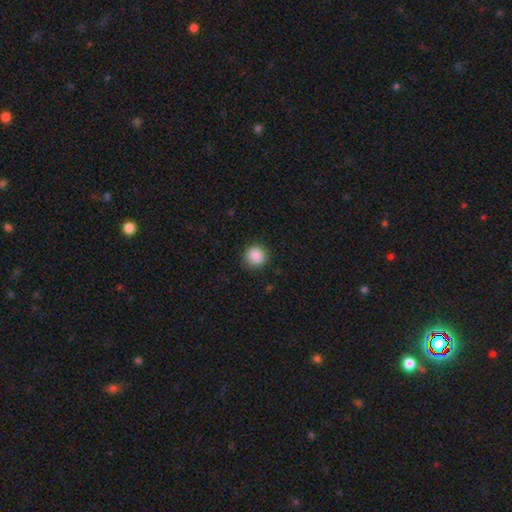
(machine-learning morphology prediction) smooth-or-featured: smooth: 89% | star or artifact: 9% | featured or disk: 3%
  how-rounded: round: 92% | in between: 7% | cigar-shaped: 1%
  merging: none: 89% | minor disturbance: 8% | major disturbance: 2% | merger: 1%